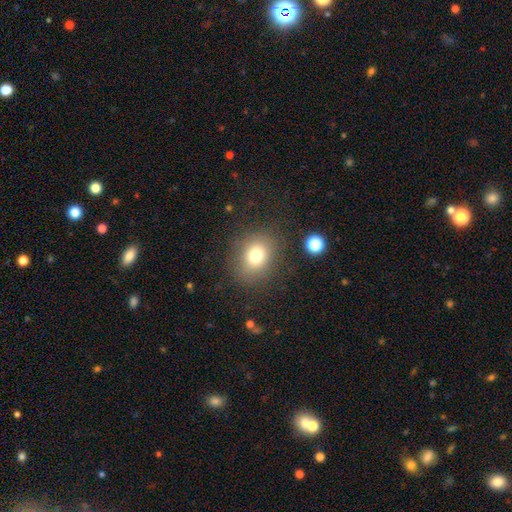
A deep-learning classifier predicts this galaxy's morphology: A smooth galaxy with no disk features (76%) that is round (62%).

Vote fractions:
- Smooth or featured? smooth: 76% / star or artifact: 14% / featured or disk: 10%
- How rounded? round: 62% / in between: 37% / cigar-shaped: 1%
- Merging? none: 82% / minor disturbance: 11% / major disturbance: 5% / merger: 2%